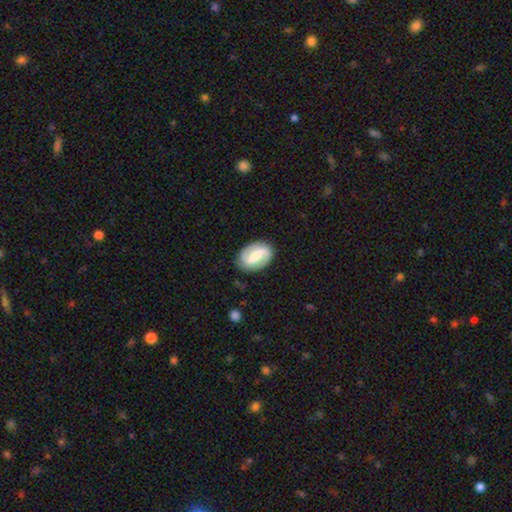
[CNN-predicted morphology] Smooth or featured?
  - featured or disk: 70% *
  - smooth: 24%
  - star or artifact: 6%
Edge-on disk?
  - no: 97% *
  - yes: 3%
Bar?
  - strong: 63% *
  - weak: 28%
  - no: 10%
Spiral arms?
  - yes: 84% *
  - no: 16%
Spiral winding?
  - medium: 39% *
  - tight: 31%
  - loose: 30%
Spiral arm count?
  - 2: 87% *
  - can't tell: 6%
  - 1: 4%
  - 3: 1%
  - 4: 1%
  - more than 4: 1%
Bulge size?
  - moderate: 38% *
  - small: 27%
  - large: 16%
  - none: 16%
  - dominant: 3%
Merging?
  - none: 84% *
  - minor disturbance: 11%
  - major disturbance: 3%
  - merger: 1%